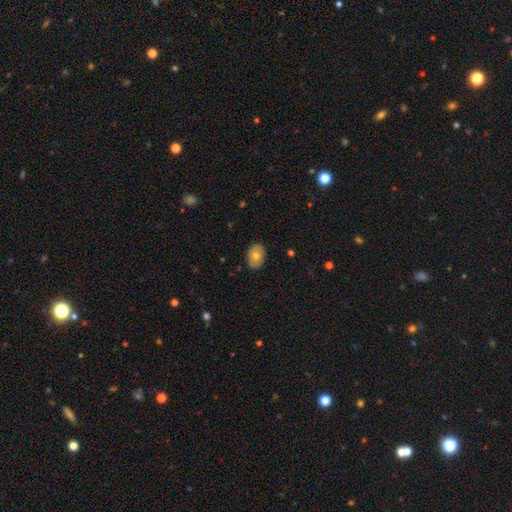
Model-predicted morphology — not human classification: A smooth galaxy with no disk features (67%) that is in between round and cigar-shaped (79%).

Vote fractions:
- Smooth or featured? smooth: 67% / featured or disk: 26% / star or artifact: 7%
- How rounded? in between: 79% / round: 20% / cigar-shaped: 1%
- Merging? none: 86% / minor disturbance: 11% / major disturbance: 2% / merger: 1%